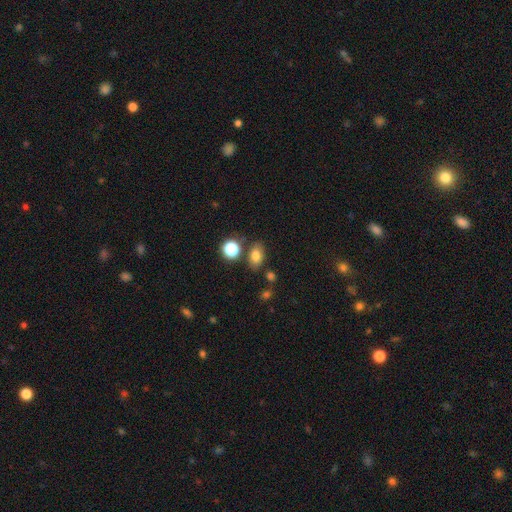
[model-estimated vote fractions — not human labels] smooth_or_featured: smooth (p=0.78) [alt: star or artifact p=0.13]
how_rounded: in between (p=0.77) [alt: round p=0.21]
merging: none (p=0.77) [alt: minor disturbance p=0.12]